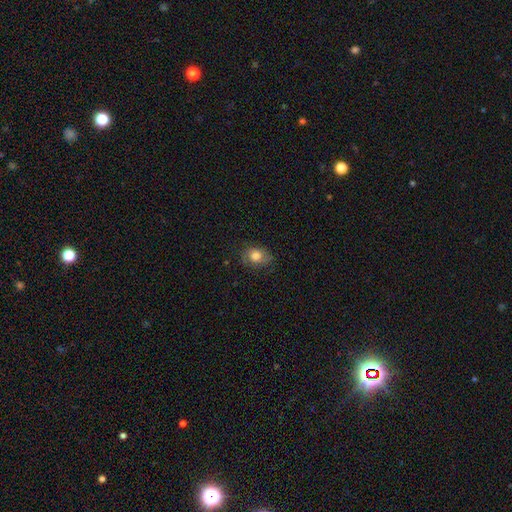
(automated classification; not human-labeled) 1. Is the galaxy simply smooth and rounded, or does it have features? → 73% smooth, 17% featured or disk, 10% star or artifact.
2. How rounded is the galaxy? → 53% in between, 46% round, 1% cigar-shaped.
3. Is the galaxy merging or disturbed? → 68% none, 23% minor disturbance, 8% major disturbance, 1% merger.